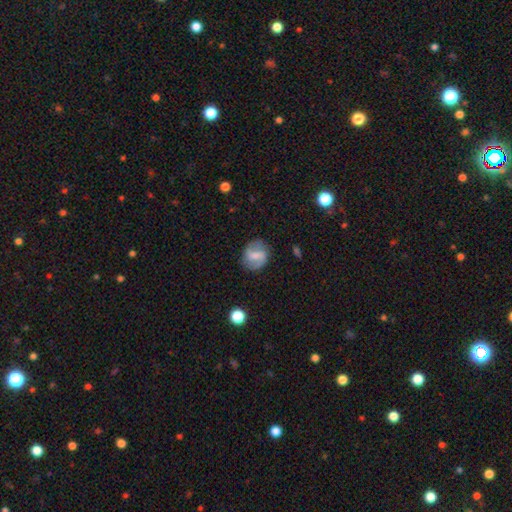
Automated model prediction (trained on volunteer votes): Morphology: type=featured or disk (62%); edge-on=no (97%); bar=weak (44%); spiral arms=yes (84%); winding=medium (42%); arm count=2 (85%); bulge=small (33%); merging=none (78%).